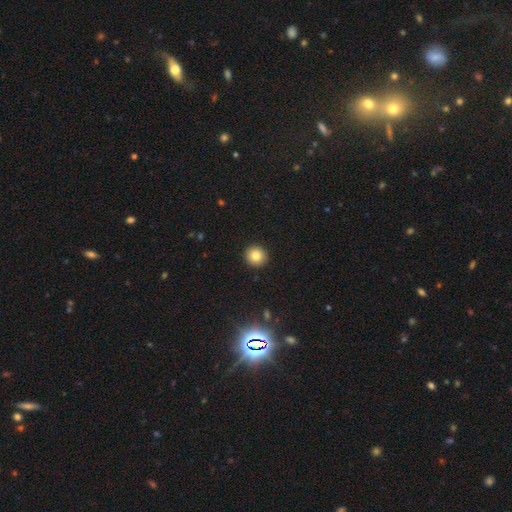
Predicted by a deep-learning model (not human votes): Overall: smooth (83%). How rounded: round (92%). Merging: none (93%).